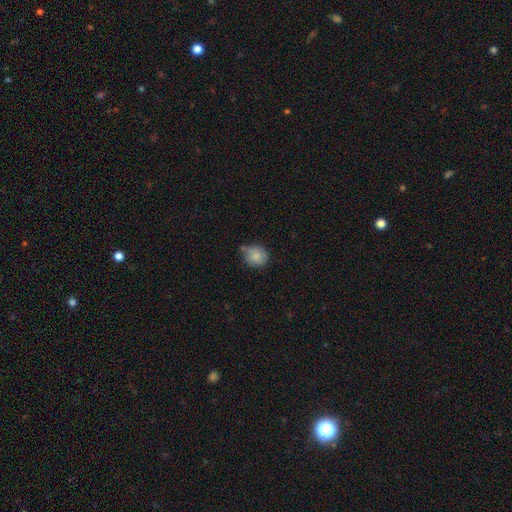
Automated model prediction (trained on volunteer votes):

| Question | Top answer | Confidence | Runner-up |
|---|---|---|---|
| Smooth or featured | smooth | 84% | featured or disk (8%) |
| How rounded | round | 77% | in between (22%) |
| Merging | none | 62% | minor disturbance (24%) |